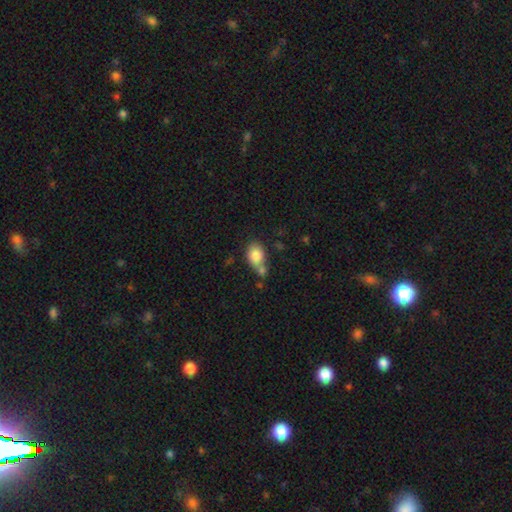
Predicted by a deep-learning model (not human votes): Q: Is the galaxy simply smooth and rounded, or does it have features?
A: smooth — 81%.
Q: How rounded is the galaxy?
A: in between — 72%.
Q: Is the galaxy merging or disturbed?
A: none — 45%.